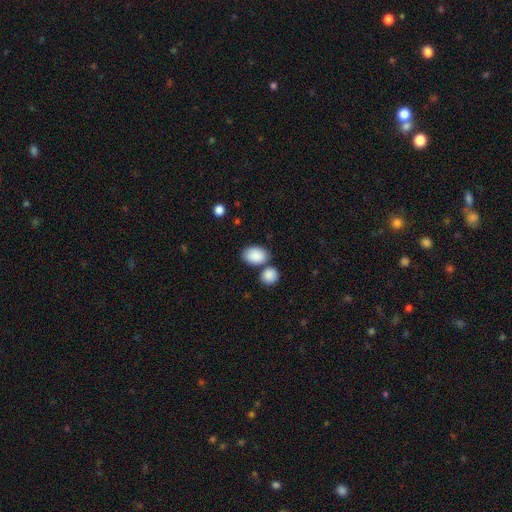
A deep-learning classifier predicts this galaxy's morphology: This appears to be a smooth galaxy with no disk features (89%) that is in between round and cigar-shaped (83%). Merging: none (58%).